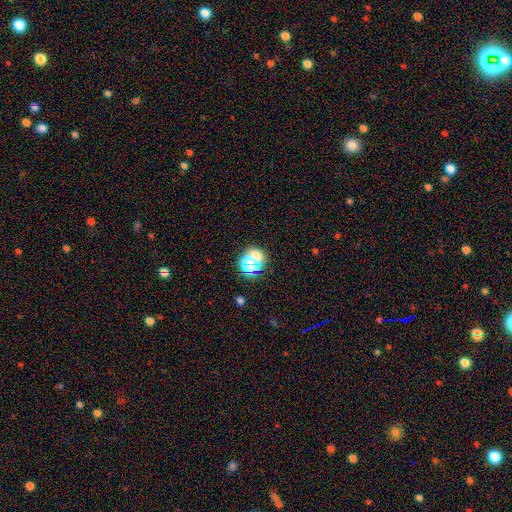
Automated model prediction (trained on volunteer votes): smooth-or-featured: smooth: 46% | star or artifact: 42% | featured or disk: 12%
  merging: none: 57% | merger: 27% | minor disturbance: 10% | major disturbance: 6%